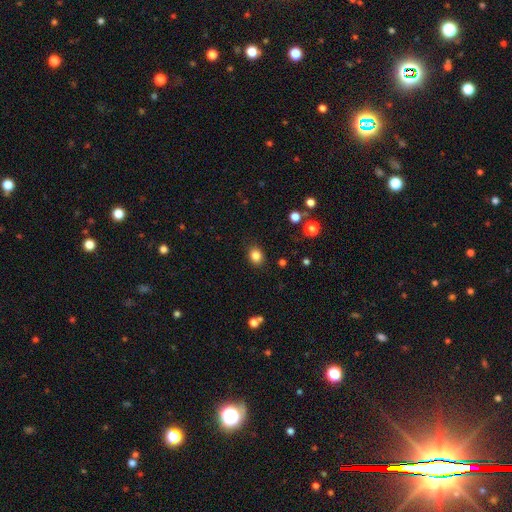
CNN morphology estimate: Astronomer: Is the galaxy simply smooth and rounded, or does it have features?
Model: smooth — 84%.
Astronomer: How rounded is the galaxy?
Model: round — 55% (runner-up: in between, 44%).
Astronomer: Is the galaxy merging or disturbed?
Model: none — 87%.